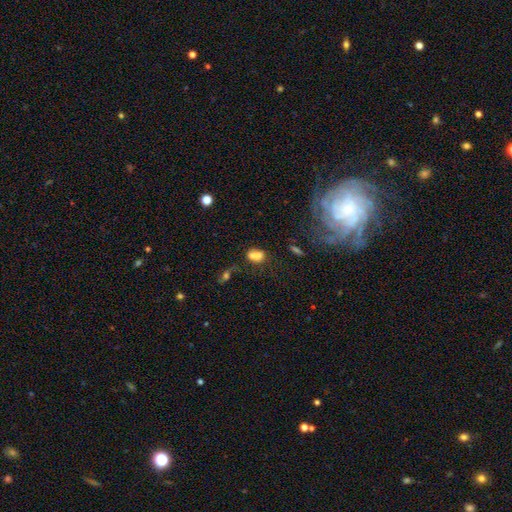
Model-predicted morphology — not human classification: smooth-or-featured: smooth: 75% | star or artifact: 14% | featured or disk: 11%
  how-rounded: in between: 79% | round: 17% | cigar-shaped: 4%
  merging: none: 42% | merger: 22% | minor disturbance: 22% | major disturbance: 13%